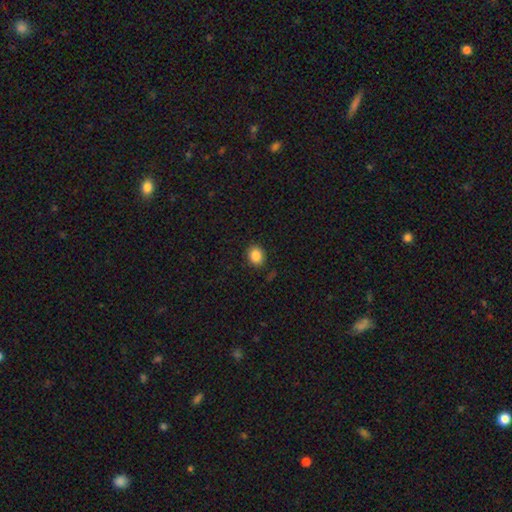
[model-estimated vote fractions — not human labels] Smooth or featured?
  - smooth: 86% *
  - star or artifact: 9%
  - featured or disk: 5%
How rounded?
  - round: 58% *
  - in between: 41%
  - cigar-shaped: 1%
Merging?
  - none: 88% *
  - minor disturbance: 9%
  - major disturbance: 2%
  - merger: 1%